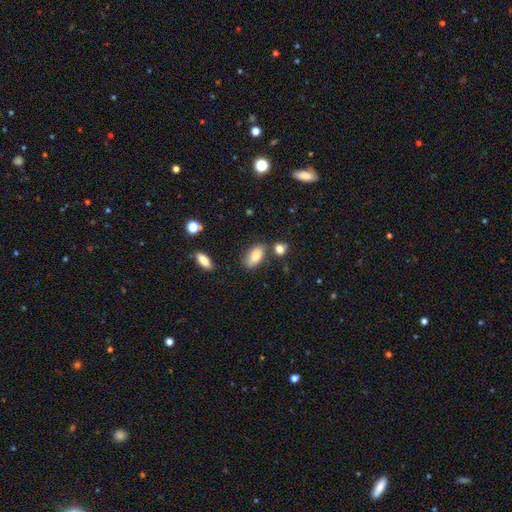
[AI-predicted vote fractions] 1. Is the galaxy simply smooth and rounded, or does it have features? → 80% smooth, 12% featured or disk, 8% star or artifact.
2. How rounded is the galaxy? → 89% in between, 7% cigar-shaped, 4% round.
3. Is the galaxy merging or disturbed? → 73% none, 15% minor disturbance, 8% merger, 4% major disturbance.